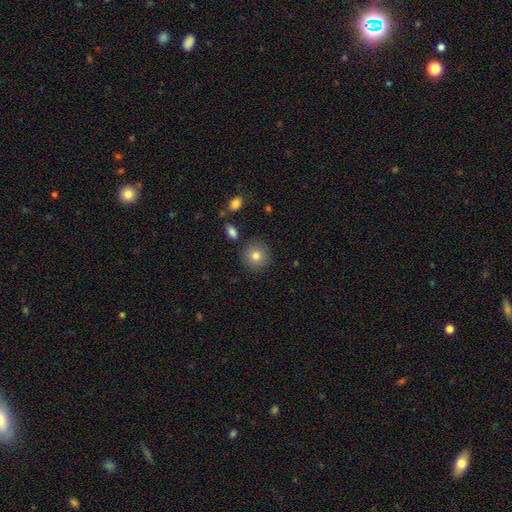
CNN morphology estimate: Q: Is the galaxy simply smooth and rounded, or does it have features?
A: smooth — 80%.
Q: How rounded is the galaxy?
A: round — 92%.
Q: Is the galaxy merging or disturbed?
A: none — 87%.